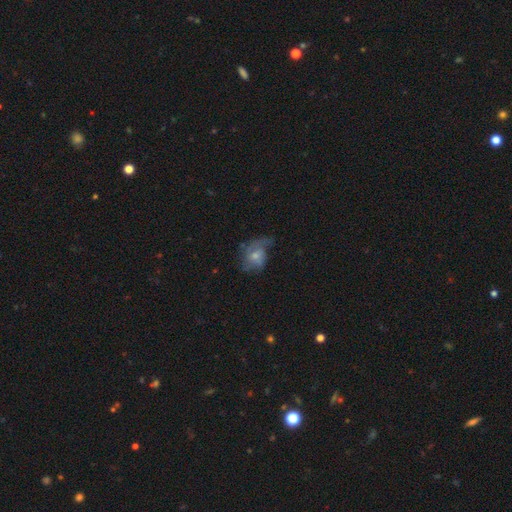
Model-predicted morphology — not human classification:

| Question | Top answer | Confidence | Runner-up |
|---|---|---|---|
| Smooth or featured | featured or disk | 53% | smooth (39%) |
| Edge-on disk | no | 97% | yes (3%) |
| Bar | no | 72% | weak (24%) |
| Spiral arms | yes | 71% | no (29%) |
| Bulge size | moderate | 45% | small (44%) |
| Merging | none | 36% | major disturbance (33%) |